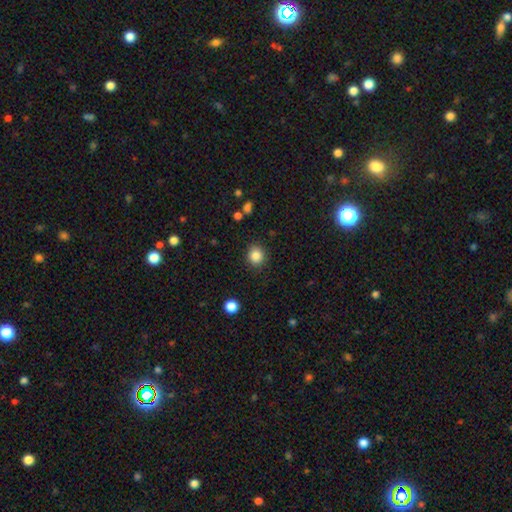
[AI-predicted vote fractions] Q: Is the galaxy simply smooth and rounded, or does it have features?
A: smooth — 85%.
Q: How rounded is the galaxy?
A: round — 86%.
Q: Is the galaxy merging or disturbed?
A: none — 89%.